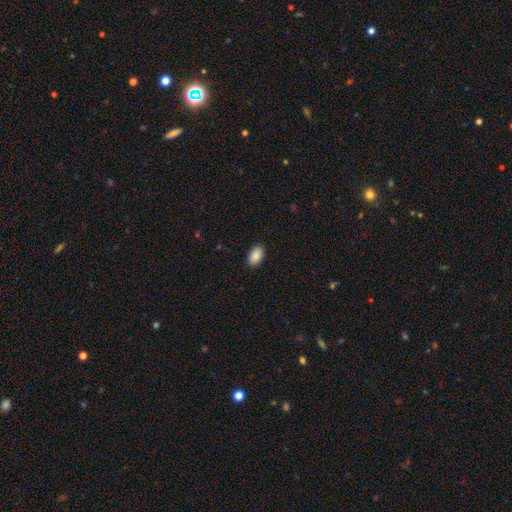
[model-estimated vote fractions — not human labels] Smooth or featured: smooth — 89% (star or artifact — 7%)
How rounded: in between — 93% (round — 5%)
Merging: none — 89% (minor disturbance — 8%)